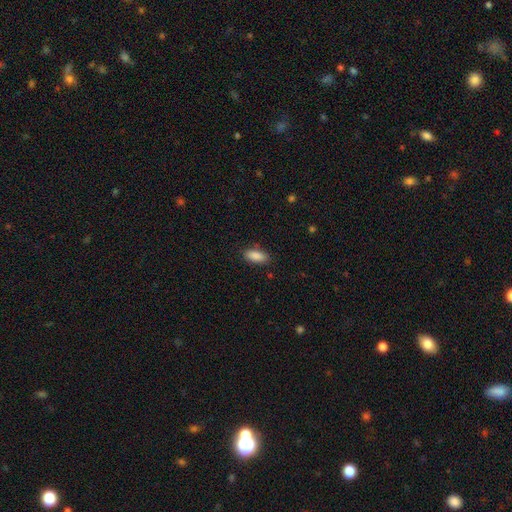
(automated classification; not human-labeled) Overall: smooth (89%). How rounded: in between (87%). Merging: none (86%).